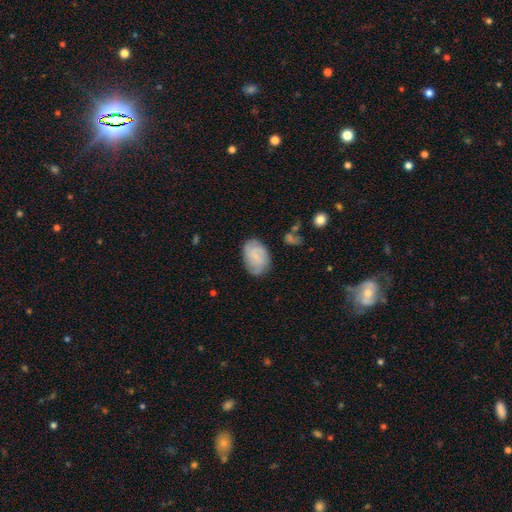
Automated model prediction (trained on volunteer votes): A smooth galaxy with no disk features (54%) that is in between round and cigar-shaped (83%).

Vote fractions:
- Smooth or featured? smooth: 54% / featured or disk: 38% / star or artifact: 8%
- How rounded? in between: 83% / round: 15% / cigar-shaped: 1%
- Merging? none: 74% / minor disturbance: 19% / major disturbance: 5% / merger: 2%